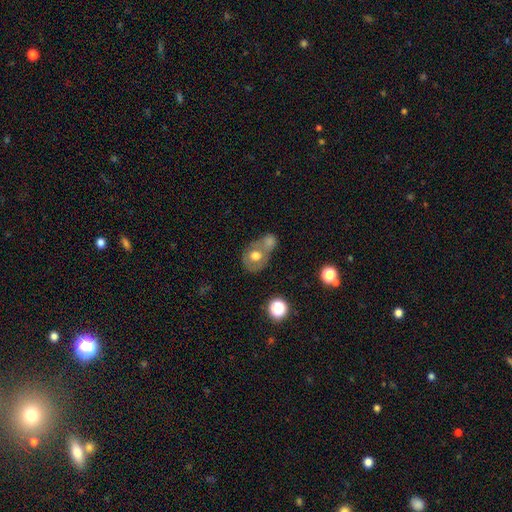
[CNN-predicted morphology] This is possibly a smooth galaxy (58%). How rounded: likely round (61%). Merging: possibly merger (54%).